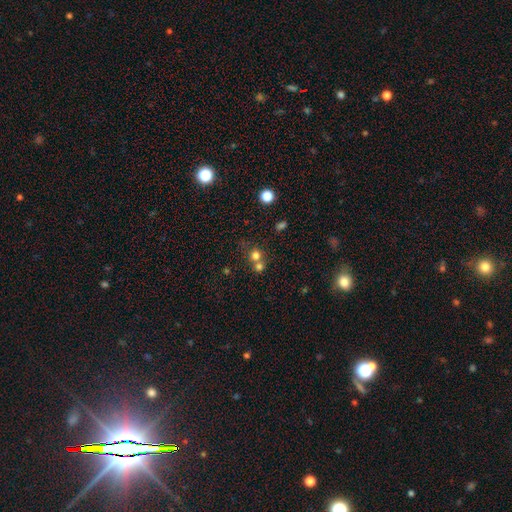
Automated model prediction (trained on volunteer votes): Smooth or featured?
  - smooth: 73% *
  - star or artifact: 17%
  - featured or disk: 10%
How rounded?
  - round: 87% *
  - in between: 12%
  - cigar-shaped: 1%
Merging?
  - merger: 47% *
  - none: 44%
  - minor disturbance: 6%
  - major disturbance: 3%